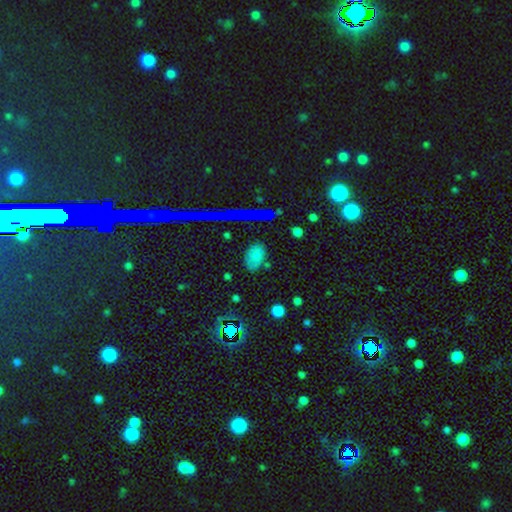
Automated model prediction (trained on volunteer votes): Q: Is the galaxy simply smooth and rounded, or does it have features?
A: smooth — 73%.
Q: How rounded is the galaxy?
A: in between — 87%.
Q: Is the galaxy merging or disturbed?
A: none — 76%.